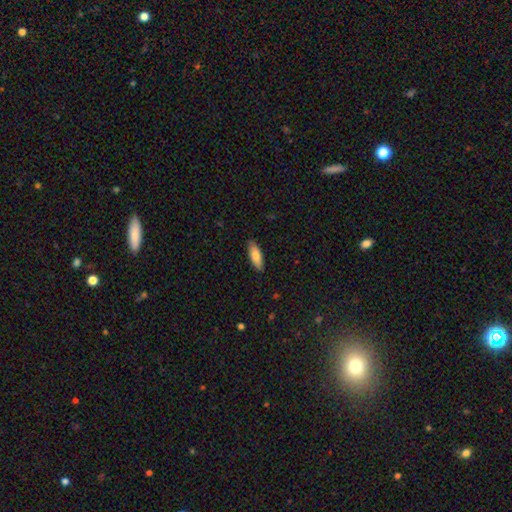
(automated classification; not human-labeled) Smooth or featured?
  - smooth: 81% *
  - featured or disk: 14%
  - star or artifact: 6%
How rounded?
  - in between: 62% *
  - cigar-shaped: 37%
  - round: 2%
Merging?
  - none: 88% *
  - minor disturbance: 9%
  - major disturbance: 2%
  - merger: 1%